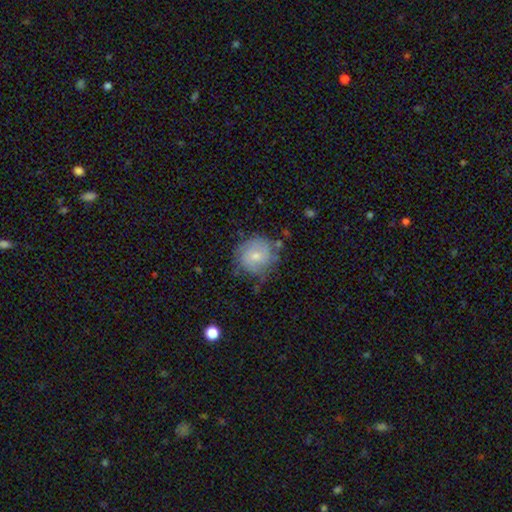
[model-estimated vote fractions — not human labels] This appears to be a smooth galaxy with no disk features (48%). Merging: none (58%).